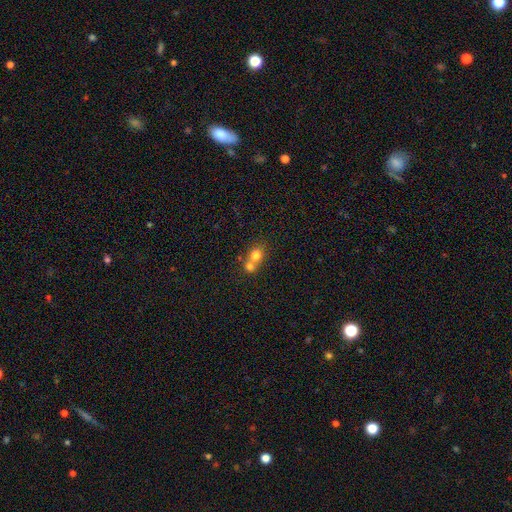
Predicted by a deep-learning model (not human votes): A smooth galaxy with no disk features (74%) that is round (71%). Merging: merger (65%).